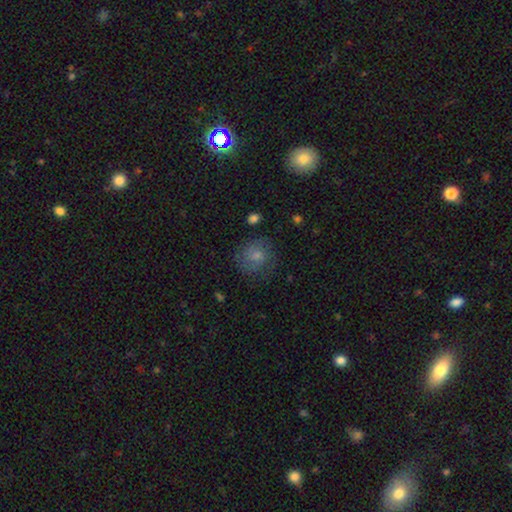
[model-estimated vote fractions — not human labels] smooth-or-featured: smooth: 69% | featured or disk: 22% | star or artifact: 9%
  how-rounded: round: 78% | in between: 21% | cigar-shaped: 1%
  merging: none: 66% | minor disturbance: 21% | major disturbance: 11% | merger: 2%